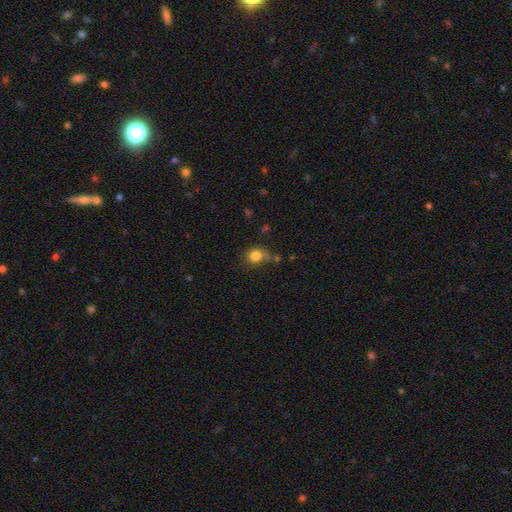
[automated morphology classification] Smooth or featured: smooth — 81% (star or artifact — 12%)
How rounded: round — 81% (in between — 18%)
Merging: none — 61% (minor disturbance — 20%)